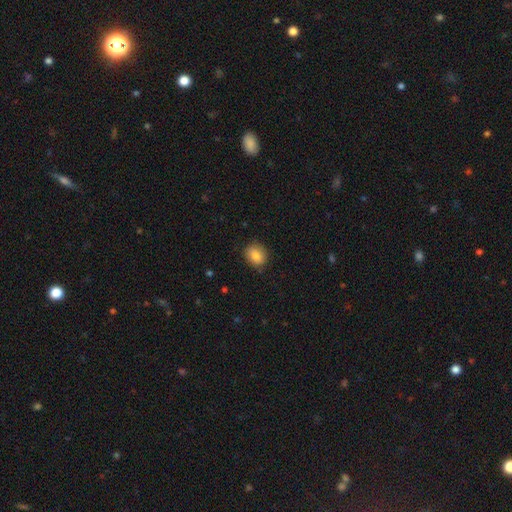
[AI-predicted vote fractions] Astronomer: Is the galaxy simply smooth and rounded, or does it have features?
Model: smooth — 84%.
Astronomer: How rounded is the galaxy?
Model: round — 57% (runner-up: in between, 42%).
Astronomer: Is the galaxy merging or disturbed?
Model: none — 84%.